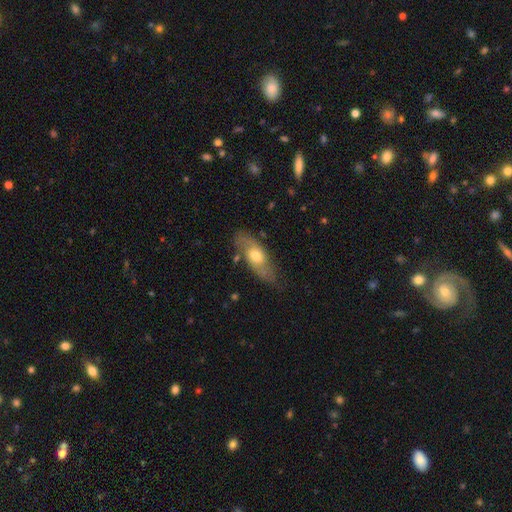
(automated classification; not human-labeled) smooth_or_featured: smooth (p=0.49) [alt: featured or disk p=0.45]
merging: none (p=0.69) [alt: minor disturbance p=0.21]